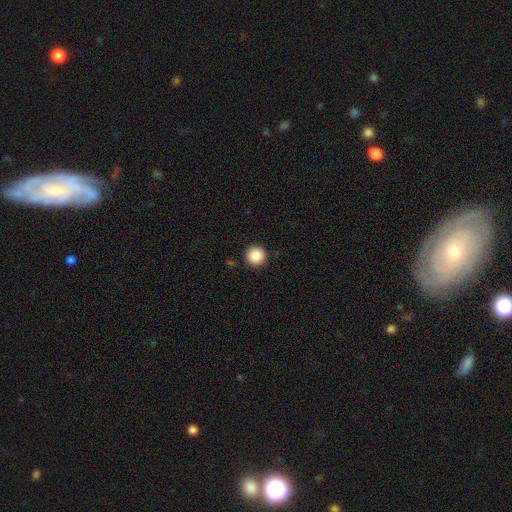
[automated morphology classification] smooth_or_featured: smooth (p=0.88) [alt: star or artifact p=0.09]
how_rounded: round (p=0.96) [alt: in between p=0.03]
merging: none (p=0.92) [alt: minor disturbance p=0.05]